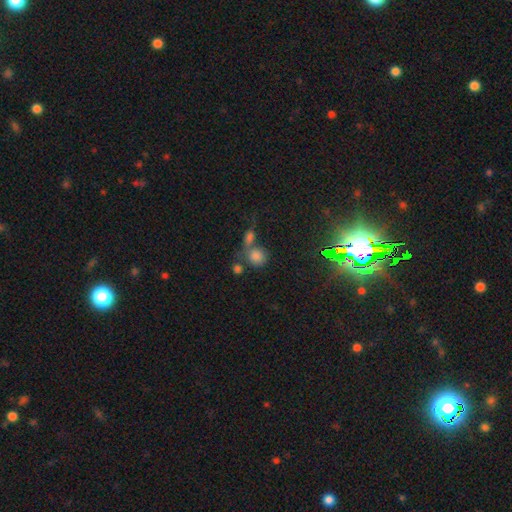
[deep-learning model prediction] This is likely a smooth galaxy (78%). How rounded: likely round (80%). Merging: marginally none (42%).